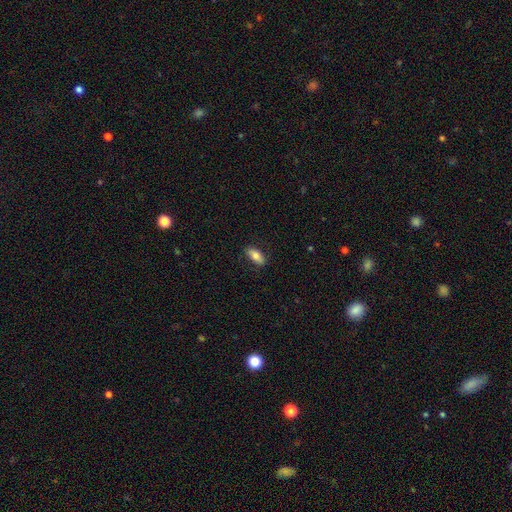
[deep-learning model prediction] smooth-or-featured: smooth: 77% | featured or disk: 16% | star or artifact: 7%
  how-rounded: in between: 82% | cigar-shaped: 15% | round: 3%
  merging: none: 86% | minor disturbance: 11% | major disturbance: 2% | merger: 1%